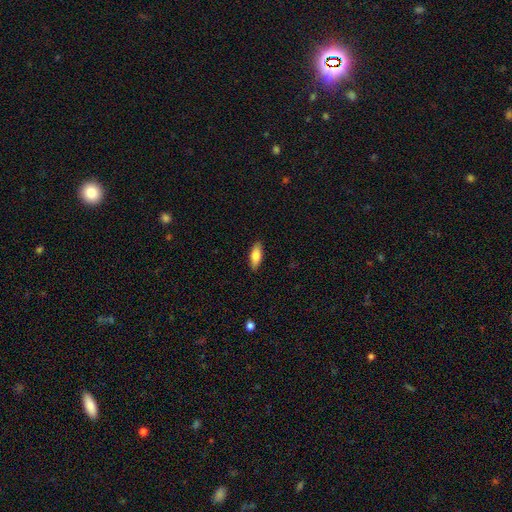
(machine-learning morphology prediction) Smooth or featured? Predicted: smooth (p=0.78). How rounded? Predicted: in between (p=0.74). Merging? Predicted: none (p=0.88).